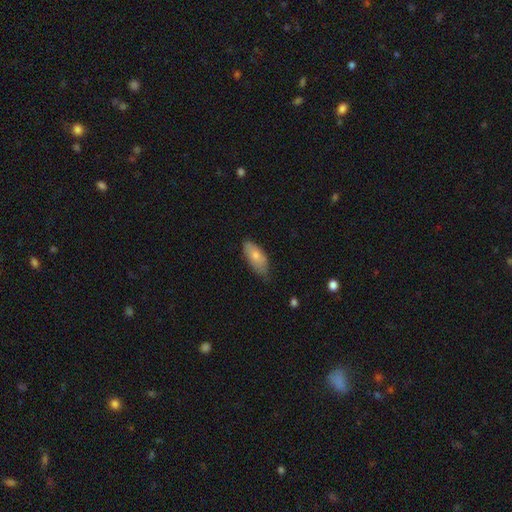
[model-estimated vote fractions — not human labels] smooth 75%, featured or disk 19%, star or artifact 6%. Down the decision tree: how rounded — in between (88%); merging — none (55%).